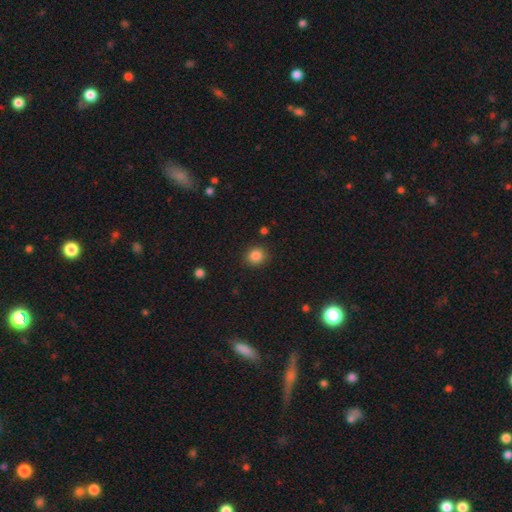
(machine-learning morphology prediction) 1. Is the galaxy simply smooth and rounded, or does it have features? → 86% smooth, 10% star or artifact, 4% featured or disk.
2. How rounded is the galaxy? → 82% round, 17% in between, 1% cigar-shaped.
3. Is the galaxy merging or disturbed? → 87% none, 8% minor disturbance, 3% major disturbance, 2% merger.